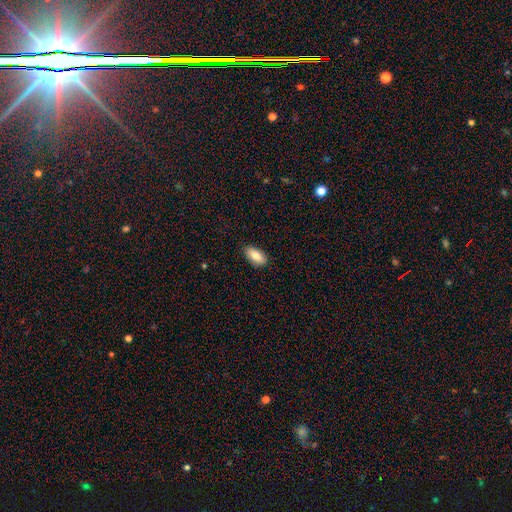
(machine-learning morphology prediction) This appears to be a smooth galaxy with no disk features (84%) that is in between round and cigar-shaped (92%). Merging: none (86%).